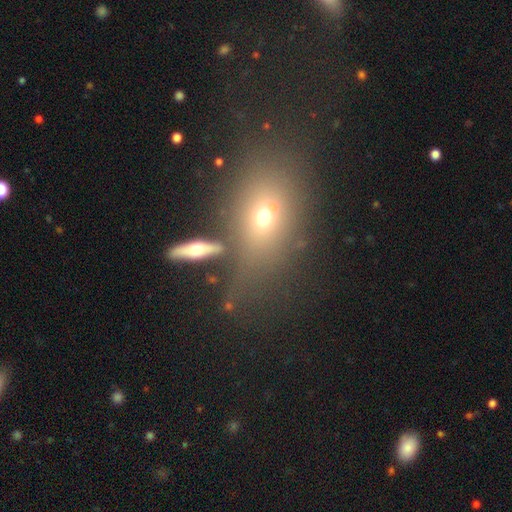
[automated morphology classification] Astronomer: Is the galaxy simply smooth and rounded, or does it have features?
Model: smooth — 52%.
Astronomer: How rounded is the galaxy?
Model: in between — 66%.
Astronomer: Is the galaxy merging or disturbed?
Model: none — 63%.